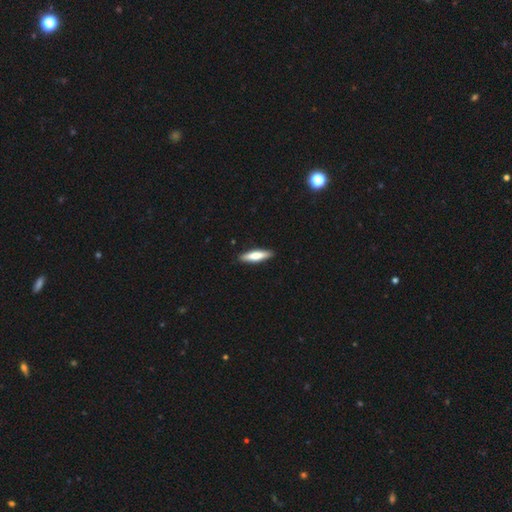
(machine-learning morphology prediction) smooth_or_featured: smooth (p=0.67) [alt: featured or disk p=0.28]
how_rounded: cigar-shaped (p=0.75) [alt: in between p=0.24]
merging: none (p=0.91) [alt: minor disturbance p=0.07]